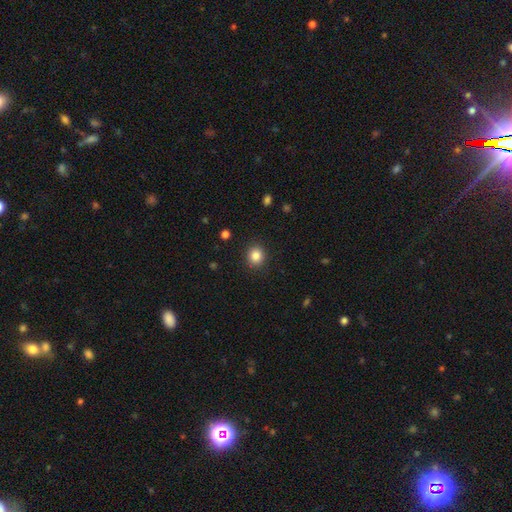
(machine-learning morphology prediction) This is clearly a smooth galaxy (85%). How rounded: clearly round (86%). Merging: clearly none (91%).